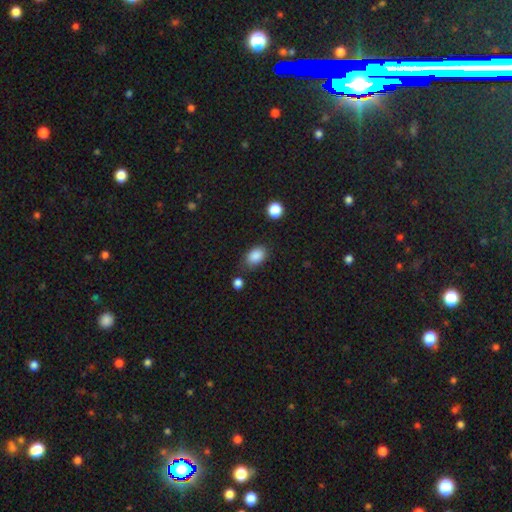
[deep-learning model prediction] Smooth or featured: smooth — 87% (star or artifact — 8%)
How rounded: in between — 84% (round — 15%)
Merging: none — 69% (minor disturbance — 21%)